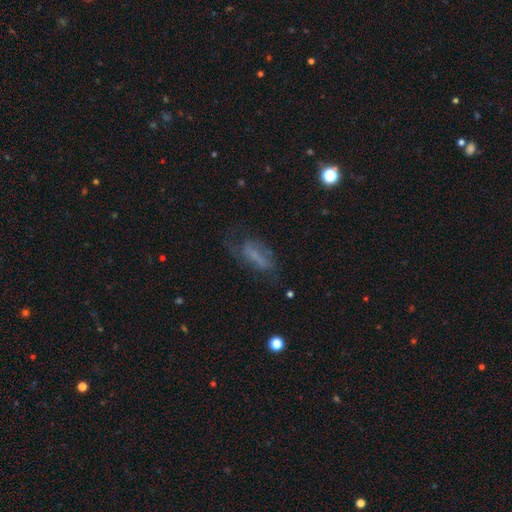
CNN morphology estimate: Overall: featured or disk (47%; smooth 38%). Merging: none (46%; major disturbance 27%).